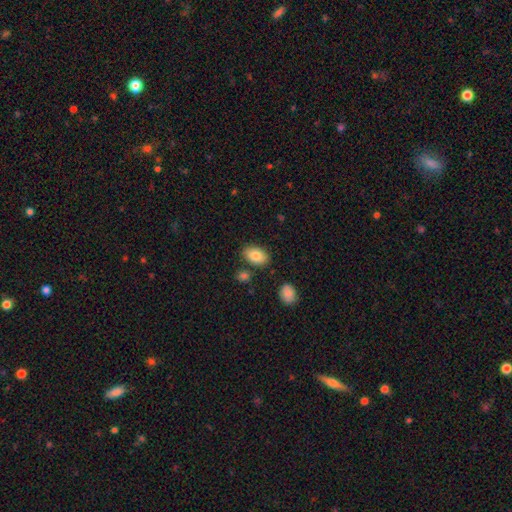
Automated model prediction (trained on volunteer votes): This is clearly a smooth galaxy (85%). How rounded: clearly in between (91%). Merging: clearly none (82%).